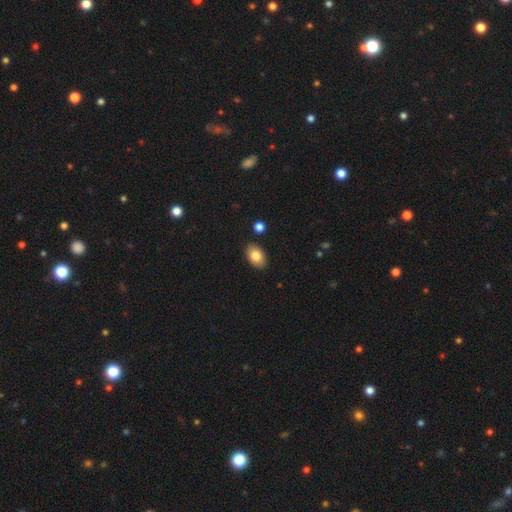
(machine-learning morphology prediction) The model was most divided on "smooth or featured": smooth: 82%, featured or disk: 10%, star or artifact: 7%. More confident: how rounded — in between (90%); merging — none (87%).